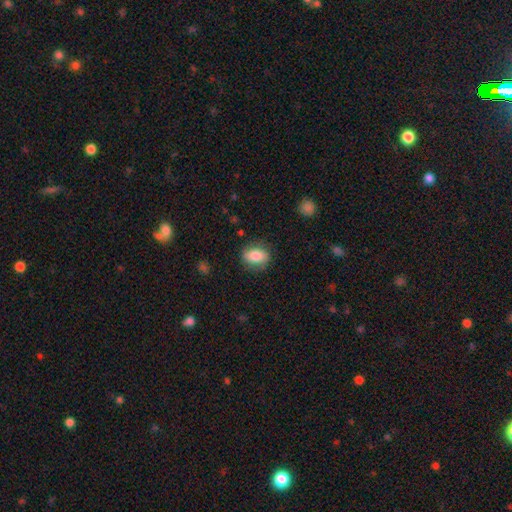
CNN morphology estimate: Smooth or featured? smooth (77%)
How rounded? in between (73%)
Merging? none (80%)